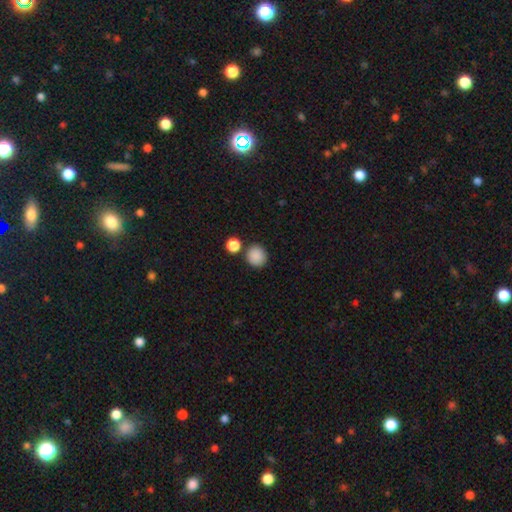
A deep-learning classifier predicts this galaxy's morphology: Overall: smooth (88%). How rounded: round (85%). Merging: none (82%).